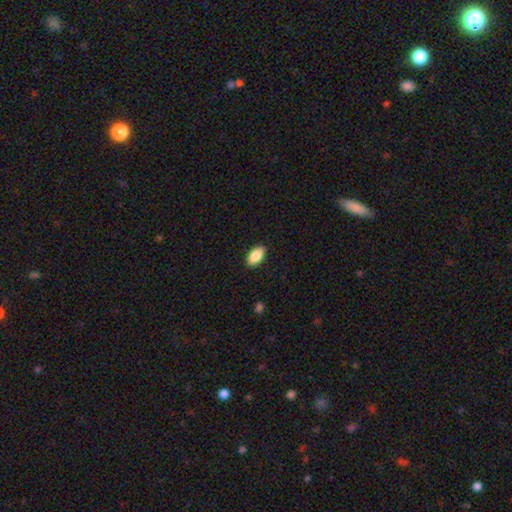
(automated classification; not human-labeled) Smooth or featured? smooth (86%)
How rounded? in between (92%)
Merging? none (90%)